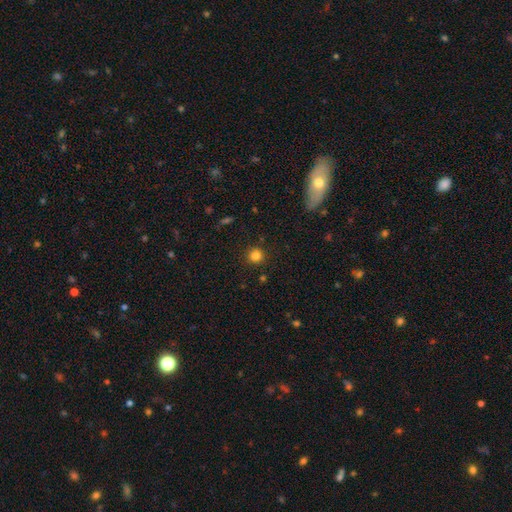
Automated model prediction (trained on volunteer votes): Overall: smooth (82%). How rounded: round (93%). Merging: none (90%).